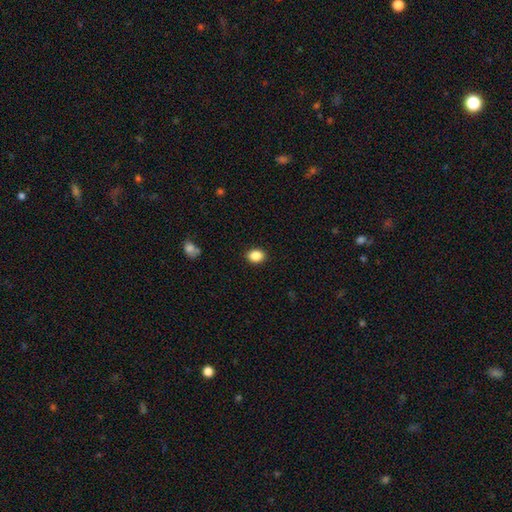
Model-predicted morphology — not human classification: Smooth or featured? smooth (87%)
How rounded? in between (58%)
Merging? none (90%)